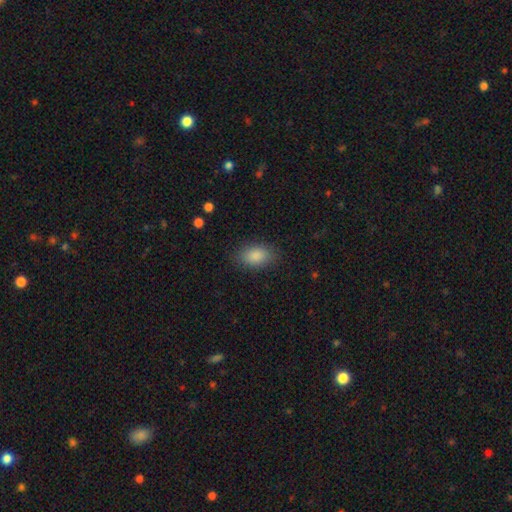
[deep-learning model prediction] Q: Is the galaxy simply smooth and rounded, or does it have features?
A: smooth — 87%.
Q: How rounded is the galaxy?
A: in between — 89%.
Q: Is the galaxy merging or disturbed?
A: none — 84%.